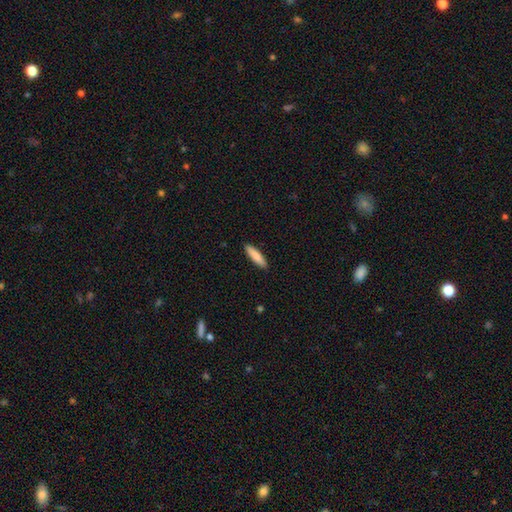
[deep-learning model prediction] Smooth or featured?
  - smooth: 86% *
  - featured or disk: 9%
  - star or artifact: 5%
How rounded?
  - cigar-shaped: 75% *
  - in between: 23%
  - round: 1%
Merging?
  - none: 90% *
  - minor disturbance: 7%
  - major disturbance: 1%
  - merger: 1%